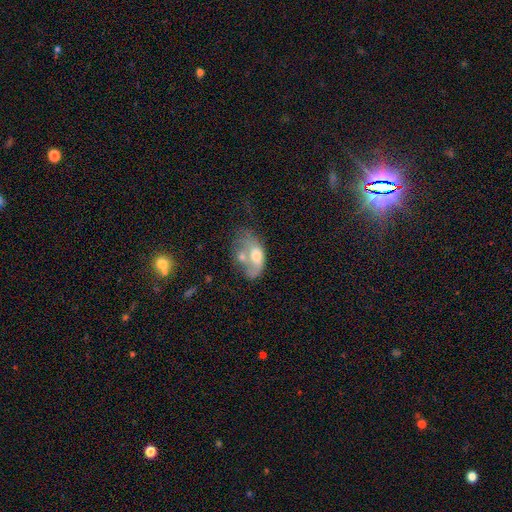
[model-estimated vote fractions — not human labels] Smooth or featured?
  - smooth: 53% *
  - featured or disk: 39%
  - star or artifact: 7%
How rounded?
  - in between: 86% *
  - round: 11%
  - cigar-shaped: 3%
Merging?
  - merger: 49% *
  - major disturbance: 24%
  - none: 14%
  - minor disturbance: 13%